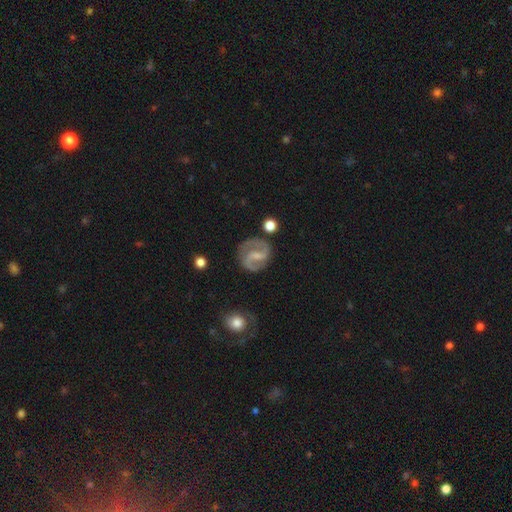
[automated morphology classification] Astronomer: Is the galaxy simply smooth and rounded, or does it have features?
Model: featured or disk — 86%.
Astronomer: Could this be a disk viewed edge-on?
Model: no — 98%.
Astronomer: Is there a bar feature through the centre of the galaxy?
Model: weak — 47% (runner-up: strong, 34%).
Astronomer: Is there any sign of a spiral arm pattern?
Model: yes — 96%.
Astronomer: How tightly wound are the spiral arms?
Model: medium — 57%.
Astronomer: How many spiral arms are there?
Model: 2 — 92%.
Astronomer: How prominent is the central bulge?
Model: small — 49% (runner-up: none, 25%).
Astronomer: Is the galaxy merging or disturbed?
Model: none — 80%.